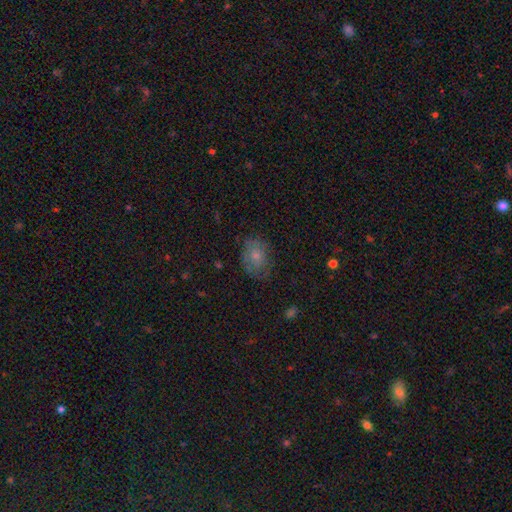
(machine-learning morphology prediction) smooth 72%, featured or disk 18%, star or artifact 9%. Down the decision tree: how rounded — in between (66%); merging — none (67%).